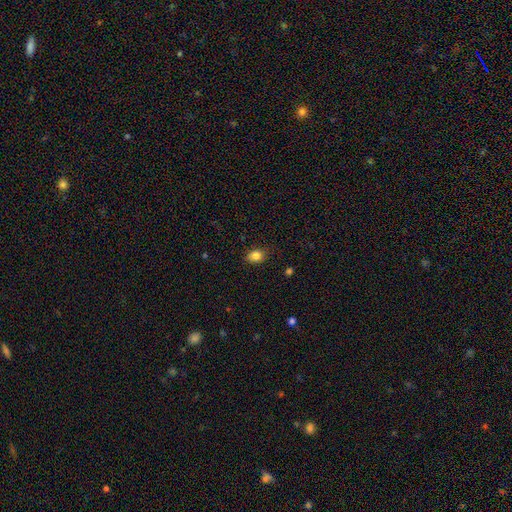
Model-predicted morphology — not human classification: A smooth galaxy with no disk features (84%) that is in between round and cigar-shaped (60%). Merging: none (85%).